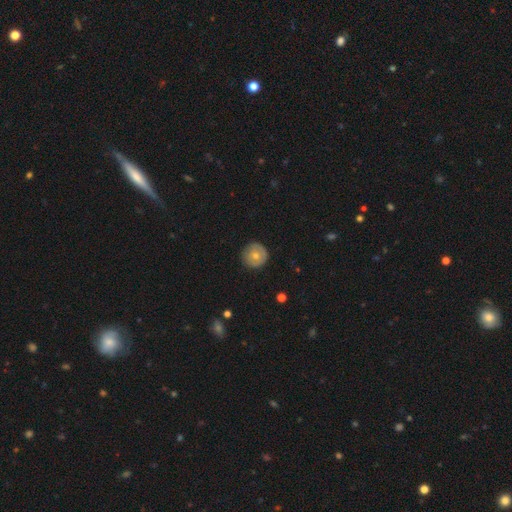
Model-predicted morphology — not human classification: A smooth galaxy with no disk features (64%) that is round (95%).

Vote fractions:
- Smooth or featured? smooth: 64% / featured or disk: 29% / star or artifact: 7%
- How rounded? round: 95% / in between: 4% / cigar-shaped: 1%
- Merging? none: 88% / minor disturbance: 9% / major disturbance: 2% / merger: 1%